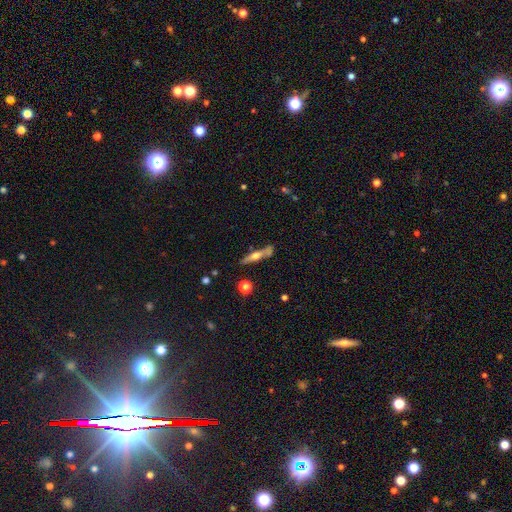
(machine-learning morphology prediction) featured or disk 60%, smooth 33%, star or artifact 7%. Down the decision tree: edge-on disk — yes (93%); edge-on bulge — rounded (91%); merging — none (74%).